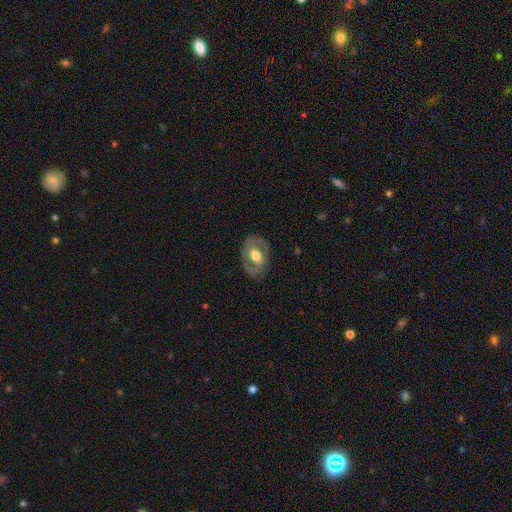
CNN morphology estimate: A featured or disk galaxy (61%) with no bar (51%), no spiral arms (55%) and a moderate central bulge (63%).

Vote fractions:
- Smooth or featured? featured or disk: 61% / smooth: 34% / star or artifact: 6%
- Edge-on disk? no: 94% / yes: 6%
- Bar? no: 51% / weak: 34% / strong: 15%
- Spiral arms? no: 55% / yes: 45%
- Bulge size? moderate: 63% / large: 27% / small: 8% / dominant: 2% / none: 1%
- Merging? none: 77% / minor disturbance: 15% / major disturbance: 6% / merger: 1%